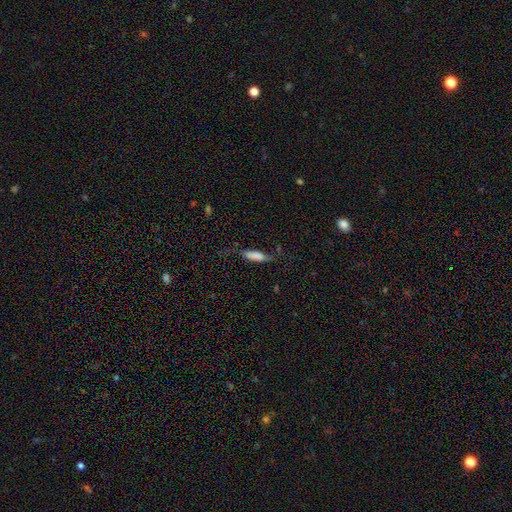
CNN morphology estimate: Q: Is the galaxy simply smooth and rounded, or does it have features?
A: smooth — 75%.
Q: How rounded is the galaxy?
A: cigar-shaped — 56%.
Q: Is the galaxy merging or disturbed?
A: none — 54%.